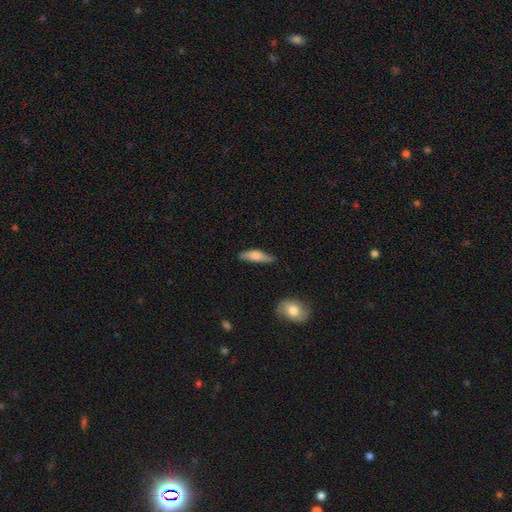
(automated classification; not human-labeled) Smooth or featured? Predicted: smooth (p=0.69). How rounded? Predicted: cigar-shaped (p=0.55). Merging? Predicted: none (p=0.65).